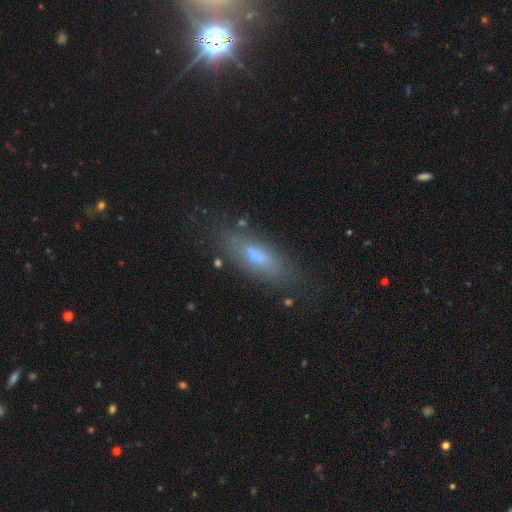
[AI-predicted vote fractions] smooth_or_featured: smooth (p=0.60) [alt: featured or disk p=0.30]
how_rounded: in between (p=0.50) [alt: cigar-shaped p=0.47]
merging: none (p=0.77) [alt: minor disturbance p=0.15]